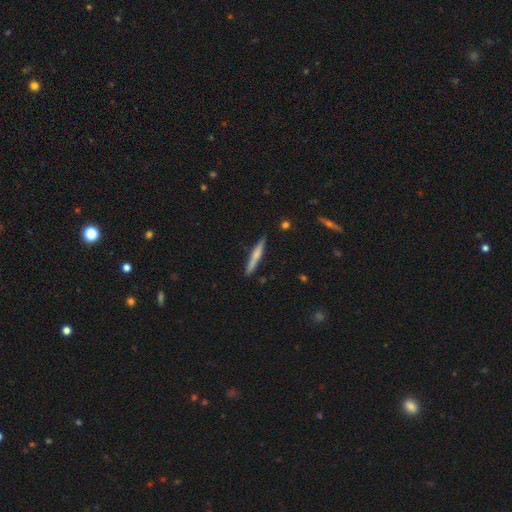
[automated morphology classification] Smooth or featured? smooth (53%)
How rounded? cigar-shaped (94%)
Merging? none (88%)